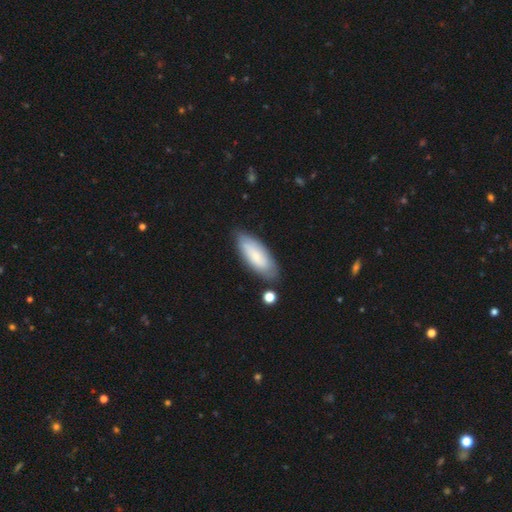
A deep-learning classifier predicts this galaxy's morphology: A smooth galaxy with no disk features (70%) that is in between round and cigar-shaped (71%).

Vote fractions:
- Smooth or featured? smooth: 70% / featured or disk: 24% / star or artifact: 6%
- How rounded? in between: 71% / cigar-shaped: 27% / round: 2%
- Merging? none: 76% / minor disturbance: 16% / merger: 4% / major disturbance: 3%